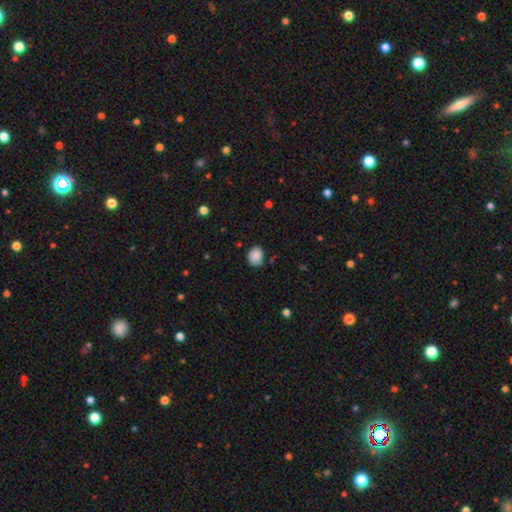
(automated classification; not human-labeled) Smooth or featured? smooth (87%)
How rounded? round (56%)
Merging? none (76%)